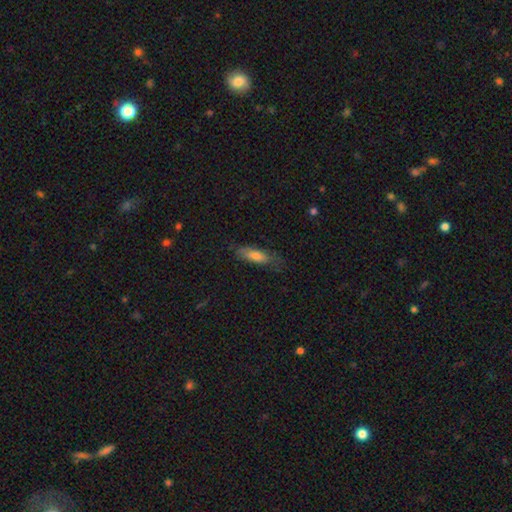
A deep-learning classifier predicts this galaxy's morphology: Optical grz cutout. It shows a smooth galaxy with no disk features (74%) that is in between round and cigar-shaped (53%). Merging: none (68%).